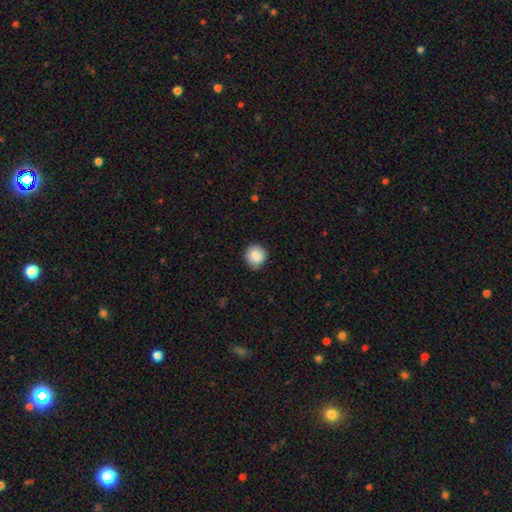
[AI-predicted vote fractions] The model was most divided on "merging": none: 78%, minor disturbance: 18%, major disturbance: 3%, merger: 1%. More confident: how rounded — round (90%); smooth or featured — smooth (85%).